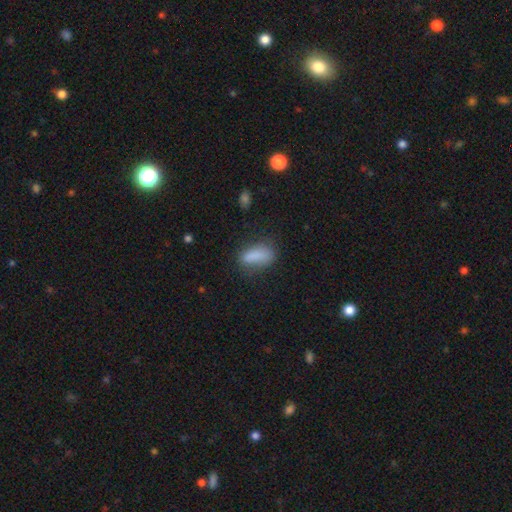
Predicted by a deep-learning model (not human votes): The model was most divided on "merging": none: 60%, minor disturbance: 26%, major disturbance: 11%, merger: 3%. More confident: smooth or featured — smooth (83%); how rounded — in between (77%).